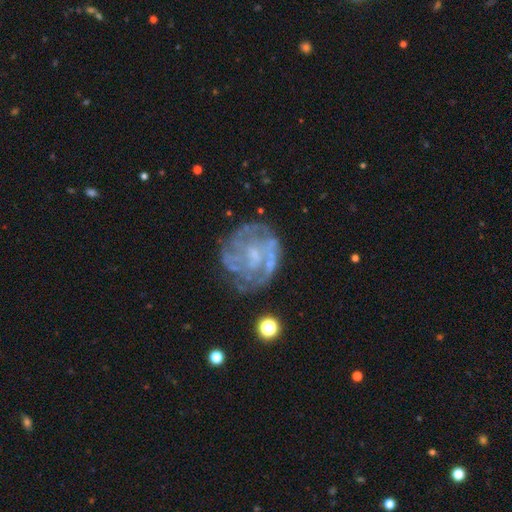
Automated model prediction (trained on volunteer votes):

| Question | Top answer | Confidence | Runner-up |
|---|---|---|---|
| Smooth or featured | featured or disk | 78% | smooth (13%) |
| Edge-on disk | no | 98% | yes (2%) |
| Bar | no | 65% | weak (28%) |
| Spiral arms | yes | 66% | no (34%) |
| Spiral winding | tight | 56% | medium (31%) |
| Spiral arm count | can't tell | 52% | 3 (15%) |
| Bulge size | small | 44% | none (36%) |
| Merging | none | 66% | minor disturbance (18%) |